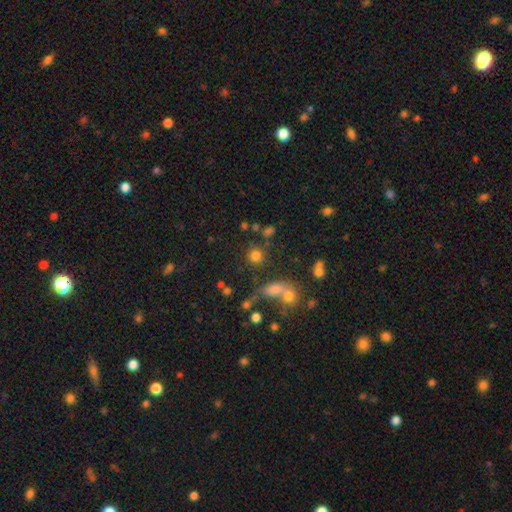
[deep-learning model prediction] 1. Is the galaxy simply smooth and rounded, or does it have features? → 76% smooth, 16% star or artifact, 8% featured or disk.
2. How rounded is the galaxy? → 87% round, 11% in between, 2% cigar-shaped.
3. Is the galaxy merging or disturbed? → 72% none, 14% merger, 9% minor disturbance, 5% major disturbance.